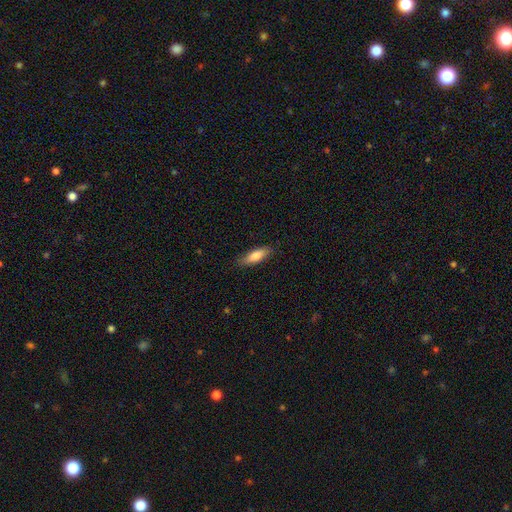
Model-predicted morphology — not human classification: smooth 80%, featured or disk 14%, star or artifact 6%. Down the decision tree: how rounded — in between (57%); merging — none (83%).